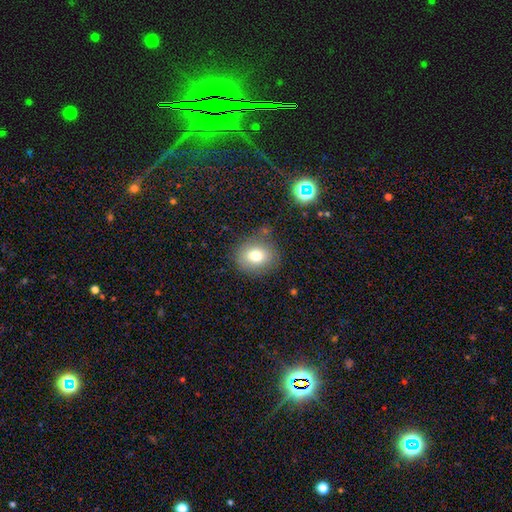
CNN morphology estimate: This appears to be a smooth galaxy with no disk features (76%) that is round (69%). Merging: none (78%).